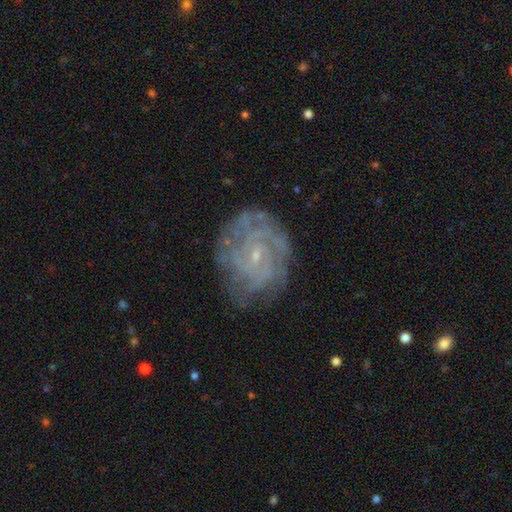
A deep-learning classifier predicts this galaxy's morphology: The model was most divided on "spiral arm count": can't tell: 39%, 2: 16%, 3: 15%, 4: 15%, more than 4: 8%, 1: 7%. More confident: edge-on disk — no (97%); spiral arms — yes (92%); bulge size — small (83%); smooth or featured — featured or disk (80%); merging — none (75%); spiral winding — tight (69%); bar — no (66%).